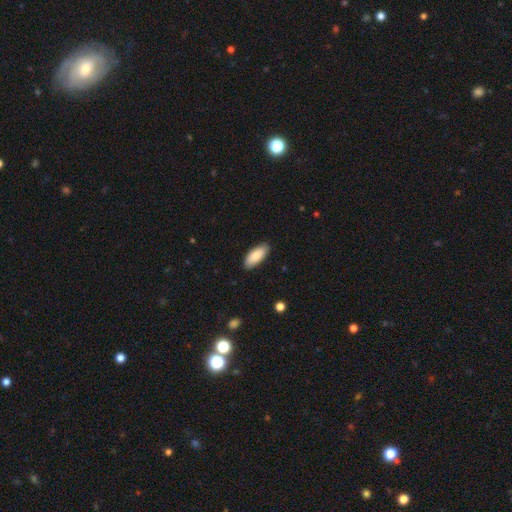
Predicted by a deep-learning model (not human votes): smooth-or-featured: smooth: 84% | featured or disk: 11% | star or artifact: 6%
  how-rounded: in between: 84% | cigar-shaped: 14% | round: 2%
  merging: none: 88% | minor disturbance: 10% | major disturbance: 2% | merger: 1%